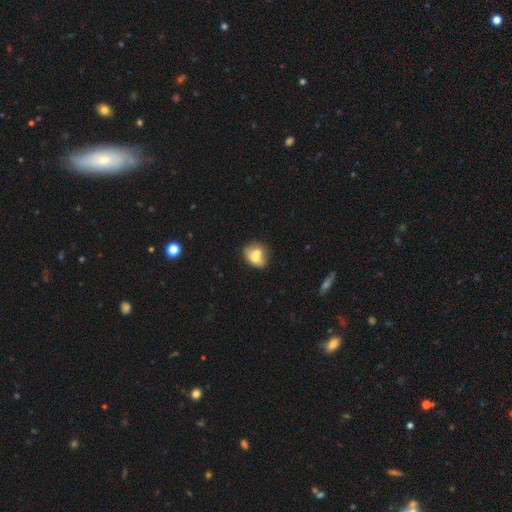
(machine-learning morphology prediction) Smooth or featured? smooth (63%)
How rounded? round (52%)
Merging? merger (43%)